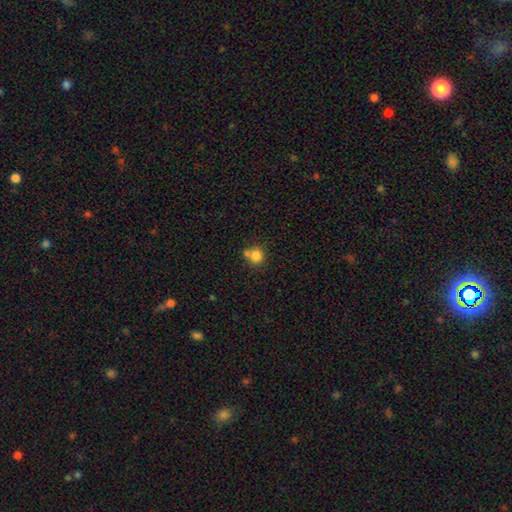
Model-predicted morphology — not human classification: Smooth or featured? Predicted: smooth (p=0.81). How rounded? Predicted: round (p=0.89). Merging? Predicted: none (p=0.58).